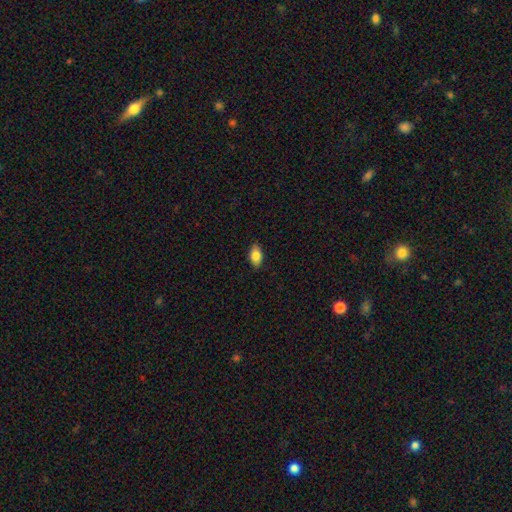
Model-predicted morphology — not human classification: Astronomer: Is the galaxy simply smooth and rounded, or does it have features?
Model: smooth — 83%.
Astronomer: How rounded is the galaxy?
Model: in between — 91%.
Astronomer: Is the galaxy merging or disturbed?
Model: none — 89%.